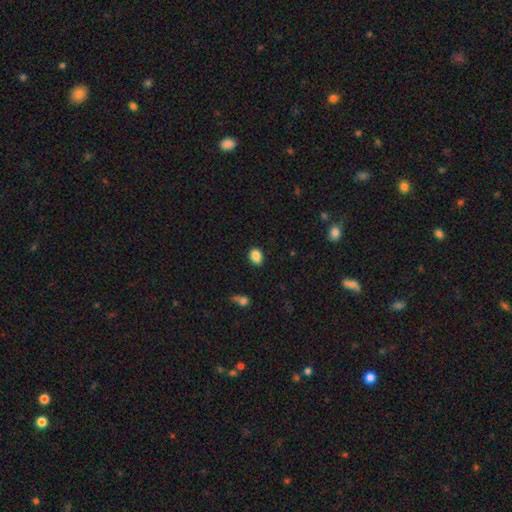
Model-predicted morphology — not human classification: This appears to be a smooth galaxy with no disk features (87%) that is in between round and cigar-shaped (62%). Merging: none (84%).